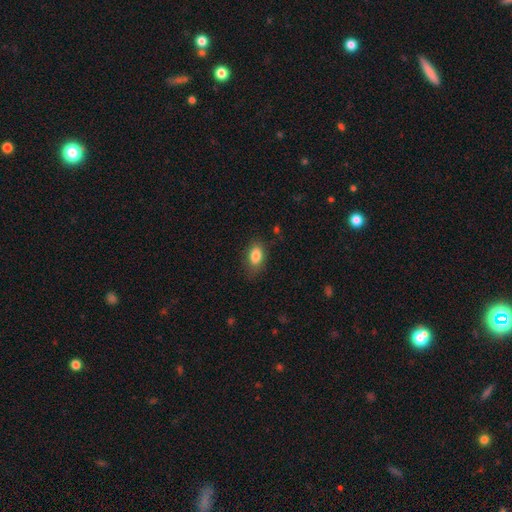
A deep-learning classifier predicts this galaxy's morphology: smooth 85%, star or artifact 8%, featured or disk 7%. Down the decision tree: how rounded — in between (87%); merging — none (79%).